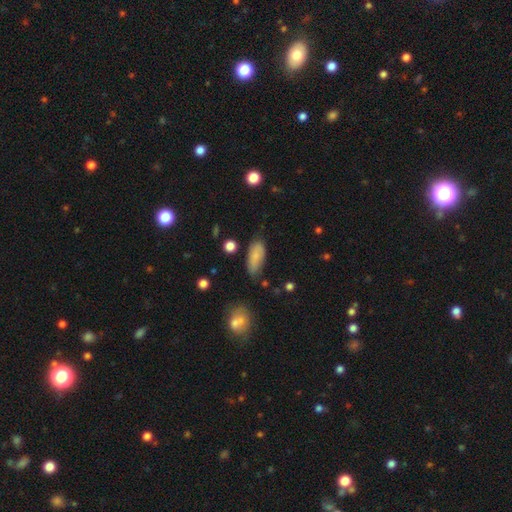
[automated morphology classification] This is clearly a smooth galaxy (81%). How rounded: clearly in between (82%). Merging: likely none (71%).